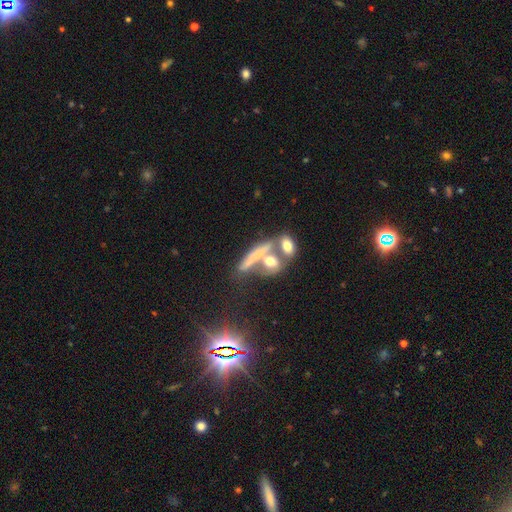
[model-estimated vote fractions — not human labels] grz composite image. It shows a smooth galaxy with no disk features (44%). Merging: merger (43%).